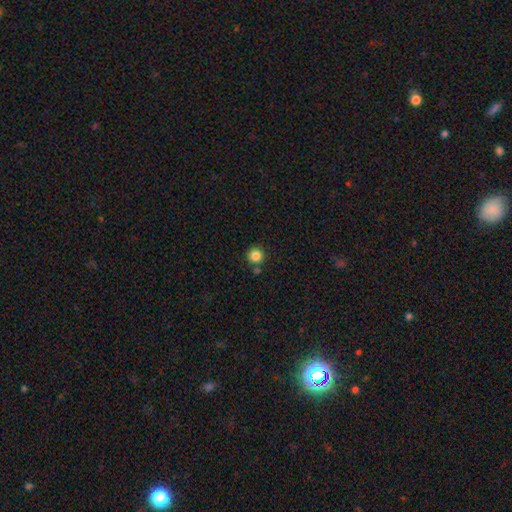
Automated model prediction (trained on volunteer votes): This appears to be a smooth galaxy with no disk features (85%) that is round (95%). Merging: none (81%).